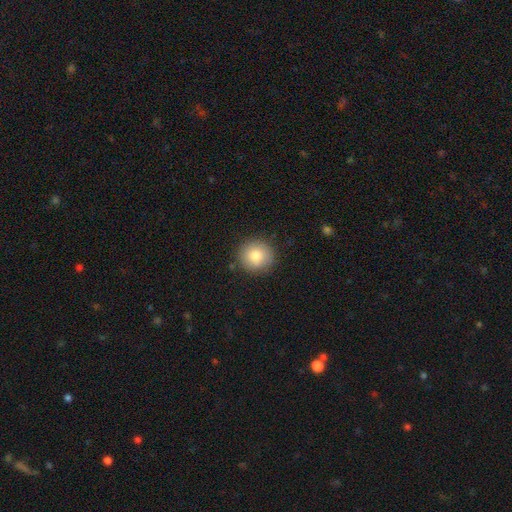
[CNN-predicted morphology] smooth 82%, featured or disk 9%, star or artifact 9%. Down the decision tree: how rounded — round (92%); merging — none (88%).